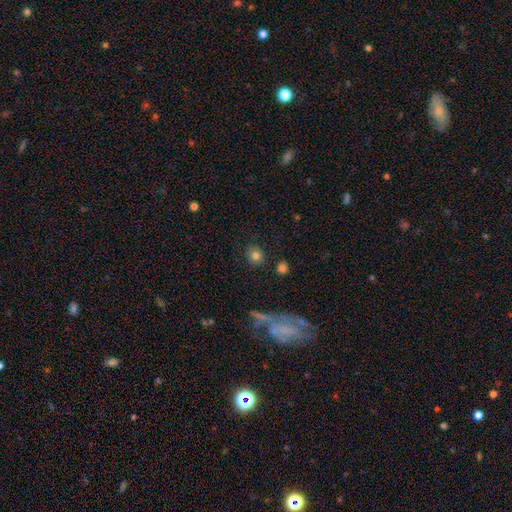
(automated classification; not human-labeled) This appears to be a smooth galaxy with no disk features (79%) that is round (78%). Merging: none (86%).